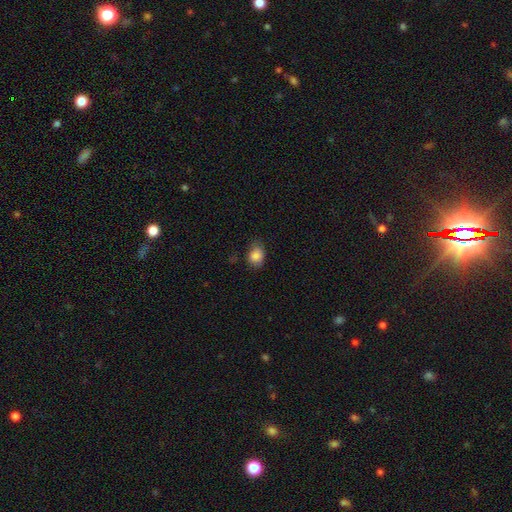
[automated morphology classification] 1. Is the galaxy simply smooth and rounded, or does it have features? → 85% smooth, 8% star or artifact, 7% featured or disk.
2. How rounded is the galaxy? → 66% in between, 33% round, 1% cigar-shaped.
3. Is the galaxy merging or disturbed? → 68% none, 25% minor disturbance, 6% major disturbance, 2% merger.